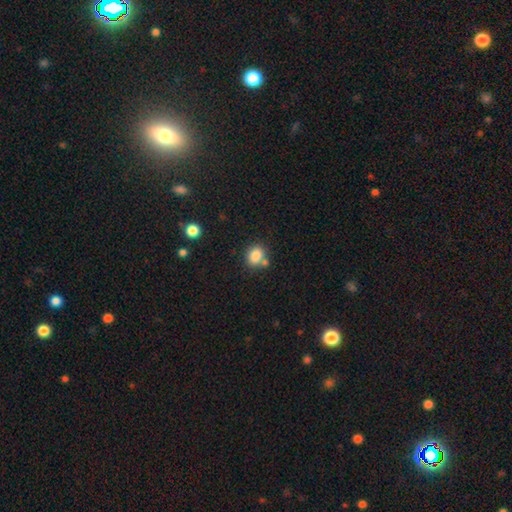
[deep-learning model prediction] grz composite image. It shows a smooth galaxy with no disk features (84%) that is round (51%). Merging: none (62%).